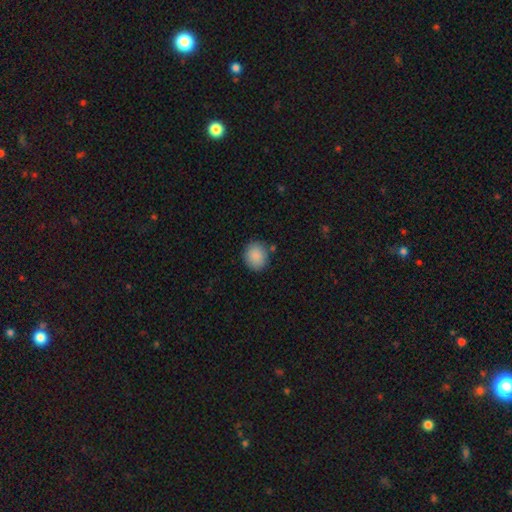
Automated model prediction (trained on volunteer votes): A smooth galaxy with no disk features (89%) that is round (78%).

Vote fractions:
- Smooth or featured? smooth: 89% / star or artifact: 7% / featured or disk: 4%
- How rounded? round: 78% / in between: 21% / cigar-shaped: 1%
- Merging? none: 83% / minor disturbance: 10% / merger: 3% / major disturbance: 3%